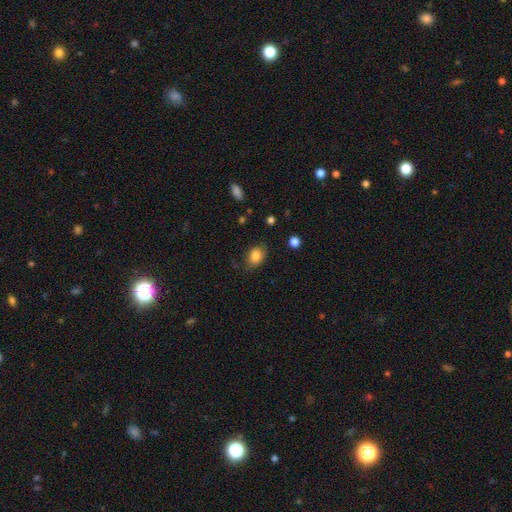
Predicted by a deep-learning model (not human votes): Morphology: type=smooth (83%); roundness=in between (72%); merging=none (70%).